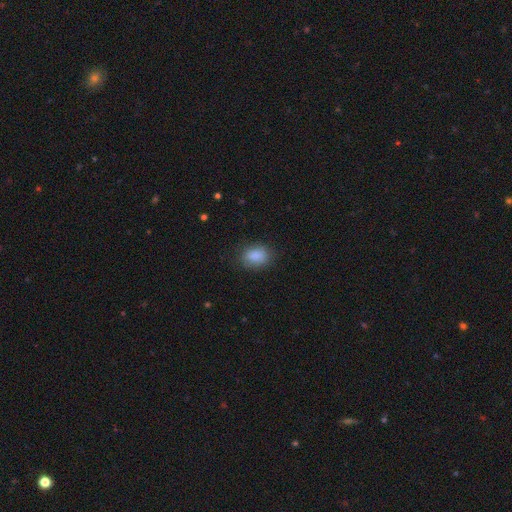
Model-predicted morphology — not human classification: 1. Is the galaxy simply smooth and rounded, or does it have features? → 87% smooth, 8% star or artifact, 5% featured or disk.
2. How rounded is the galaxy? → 79% in between, 20% round, 1% cigar-shaped.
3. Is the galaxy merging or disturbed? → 79% none, 15% minor disturbance, 5% major disturbance, 1% merger.